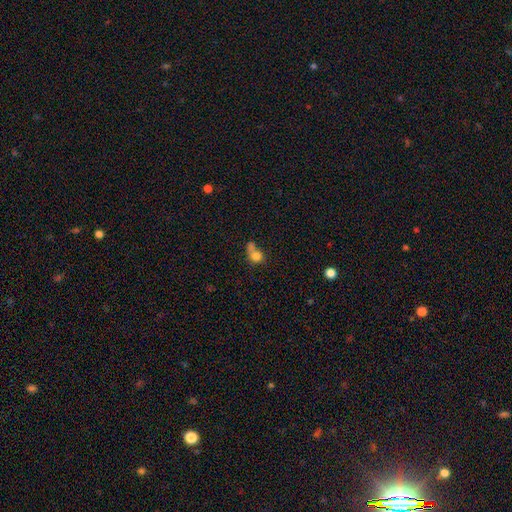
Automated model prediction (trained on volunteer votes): A smooth galaxy with no disk features (76%) that is round (70%).

Vote fractions:
- Smooth or featured? smooth: 76% / featured or disk: 12% / star or artifact: 11%
- How rounded? round: 70% / in between: 28% / cigar-shaped: 1%
- Merging? merger: 46% / none: 29% / minor disturbance: 14% / major disturbance: 11%